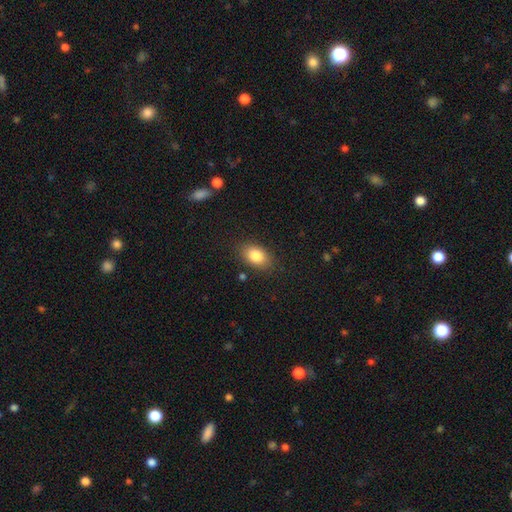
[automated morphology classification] Smooth or featured: smooth — 85% (star or artifact — 8%)
How rounded: in between — 86% (round — 12%)
Merging: none — 84% (minor disturbance — 11%)